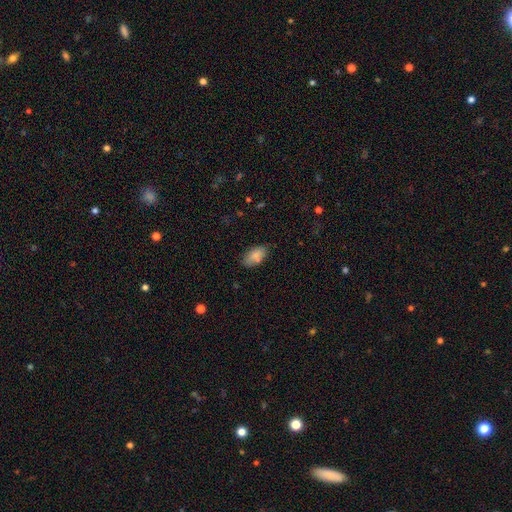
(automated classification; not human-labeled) A smooth galaxy with no disk features (82%) that is in between round and cigar-shaped (92%).

Vote fractions:
- Smooth or featured? smooth: 82% / featured or disk: 10% / star or artifact: 8%
- How rounded? in between: 92% / round: 4% / cigar-shaped: 3%
- Merging? none: 70% / minor disturbance: 19% / merger: 6% / major disturbance: 4%